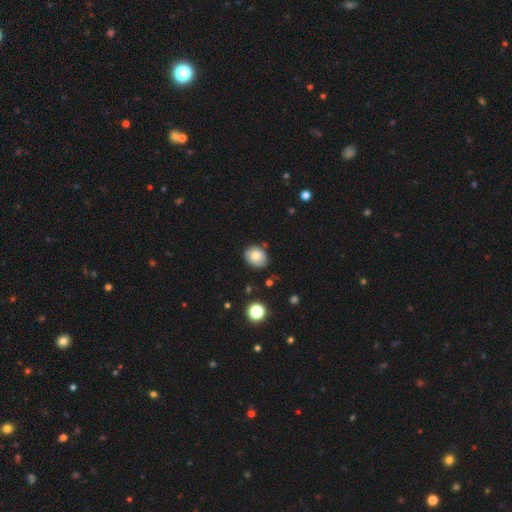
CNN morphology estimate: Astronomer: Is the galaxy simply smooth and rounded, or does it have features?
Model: smooth — 76%.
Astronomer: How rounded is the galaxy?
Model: in between — 50% (runner-up: round, 49%).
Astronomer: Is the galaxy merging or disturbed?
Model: none — 79%.